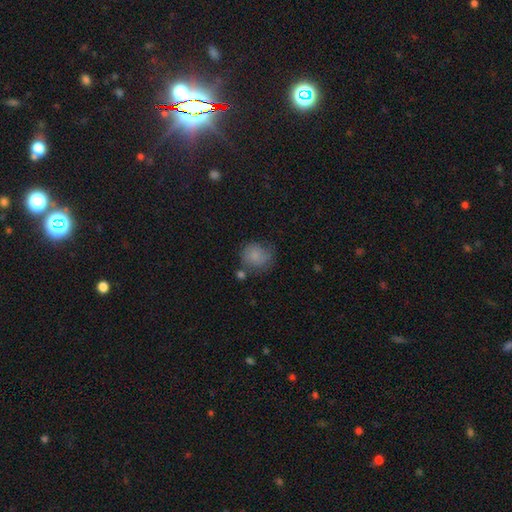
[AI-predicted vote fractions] The model was most divided on "merging": none: 53%, minor disturbance: 27%, major disturbance: 12%, merger: 8%. More confident: how rounded — round (79%); smooth or featured — smooth (78%).